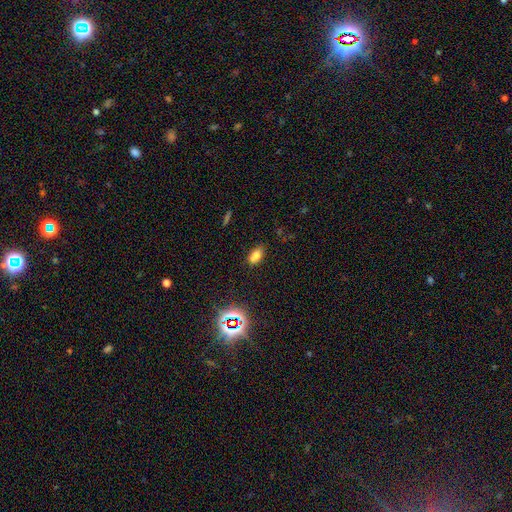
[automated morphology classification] Overall: smooth (73%). How rounded: in between (85%). Merging: none (65%).